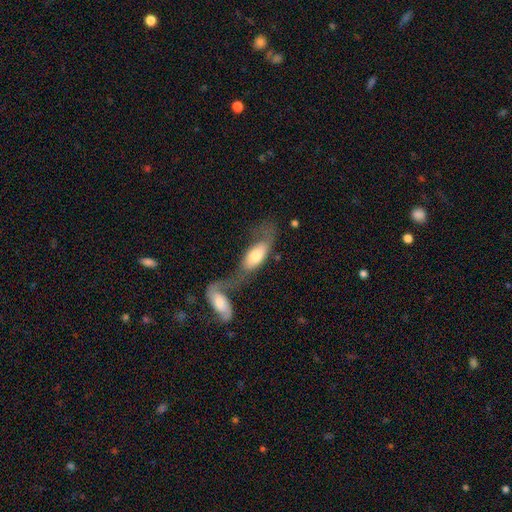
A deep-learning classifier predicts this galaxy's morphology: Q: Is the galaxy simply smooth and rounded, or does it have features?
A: smooth — 61%.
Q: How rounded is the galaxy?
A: in between — 82%.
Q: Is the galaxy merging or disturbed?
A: merger — 67%.